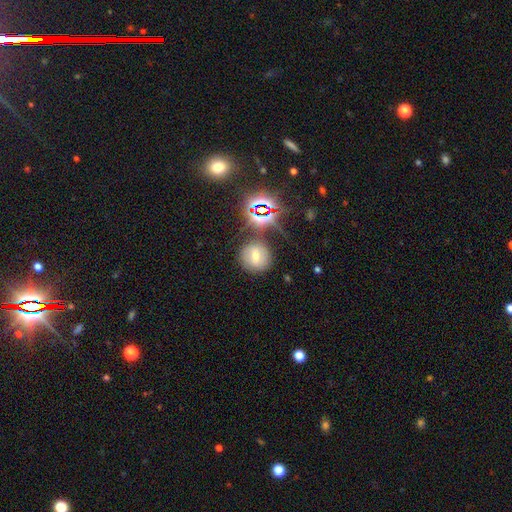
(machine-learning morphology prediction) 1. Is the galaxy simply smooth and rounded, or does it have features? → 41% smooth, 30% featured or disk, 29% star or artifact.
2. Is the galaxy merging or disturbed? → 77% none, 12% minor disturbance, 6% merger, 5% major disturbance.